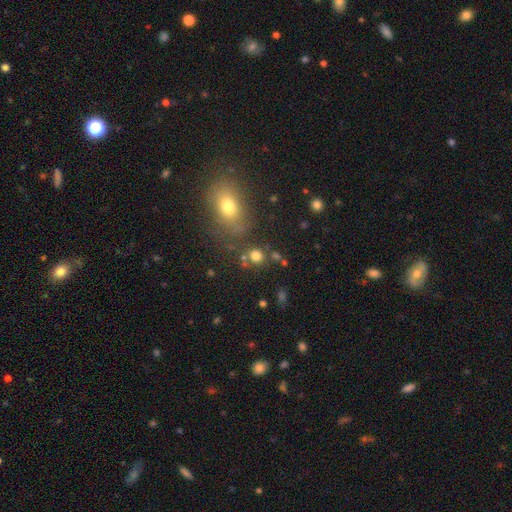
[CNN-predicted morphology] This is likely a smooth galaxy (76%). How rounded: likely round (78%). Merging: likely none (72%).